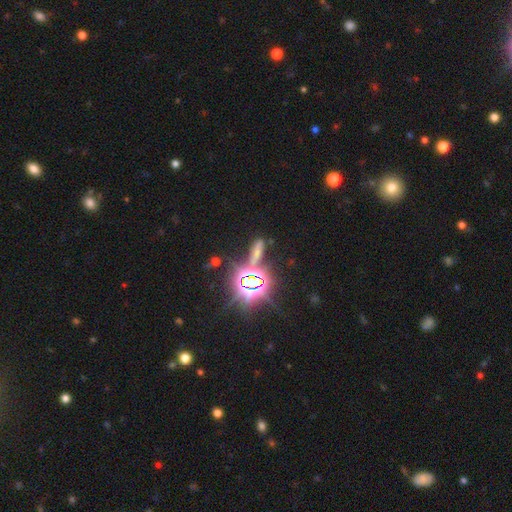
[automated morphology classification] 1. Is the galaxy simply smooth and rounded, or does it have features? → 65% star or artifact, 22% smooth, 13% featured or disk.